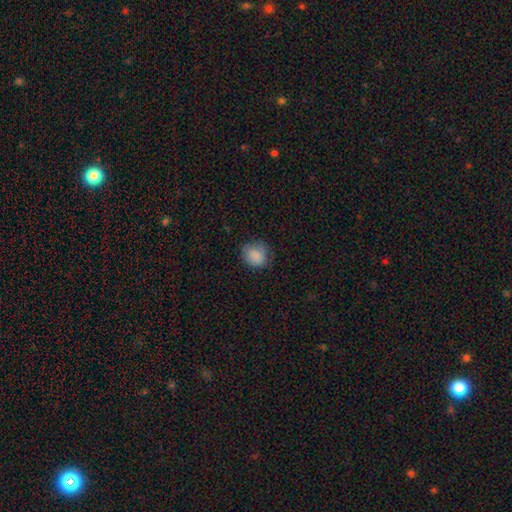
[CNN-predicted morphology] Smooth or featured? Predicted: smooth (p=0.87). How rounded? Predicted: round (p=0.77). Merging? Predicted: none (p=0.74).